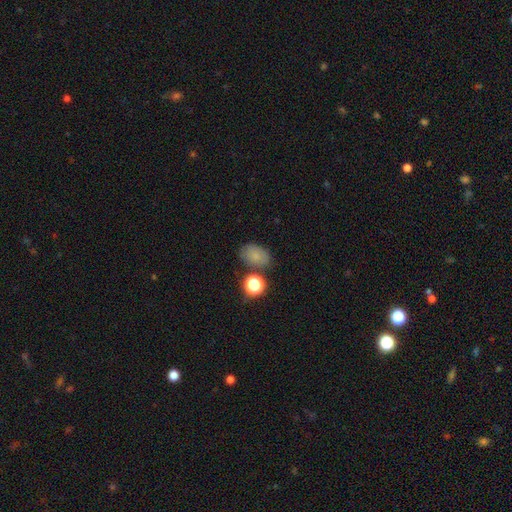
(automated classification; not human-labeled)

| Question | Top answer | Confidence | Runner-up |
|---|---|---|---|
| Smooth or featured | smooth | 76% | star or artifact (14%) |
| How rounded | in between | 76% | round (23%) |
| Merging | none | 70% | minor disturbance (16%) |